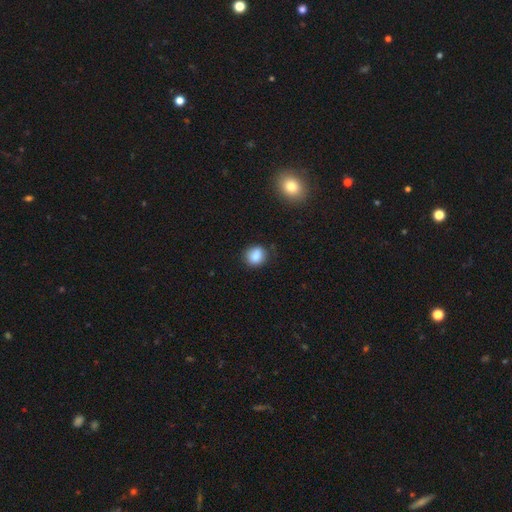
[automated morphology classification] This is clearly a smooth galaxy (85%). How rounded: likely round (73%). Merging: likely none (76%).